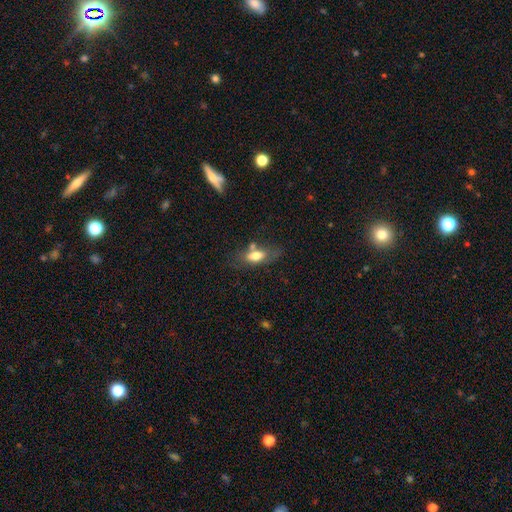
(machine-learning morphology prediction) A smooth galaxy with no disk features (67%) that is in between round and cigar-shaped (77%).

Vote fractions:
- Smooth or featured? smooth: 67% / featured or disk: 25% / star or artifact: 8%
- How rounded? in between: 77% / cigar-shaped: 18% / round: 6%
- Merging? none: 54% / minor disturbance: 20% / merger: 18% / major disturbance: 8%